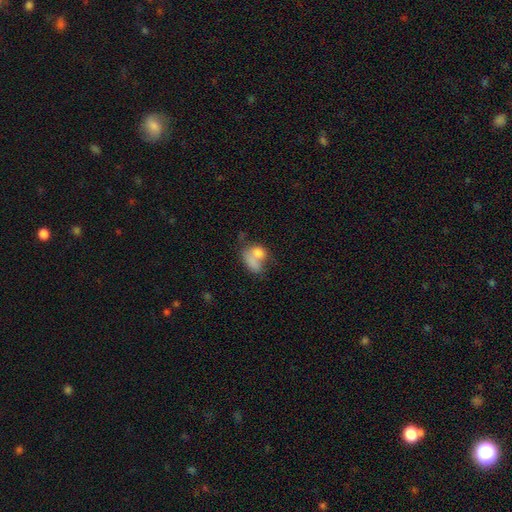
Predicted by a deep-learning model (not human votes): A smooth galaxy with no disk features (72%) that is in between round and cigar-shaped (66%).

Vote fractions:
- Smooth or featured? smooth: 72% / featured or disk: 19% / star or artifact: 9%
- How rounded? in between: 66% / round: 33% / cigar-shaped: 2%
- Merging? merger: 52% / none: 21% / major disturbance: 15% / minor disturbance: 12%